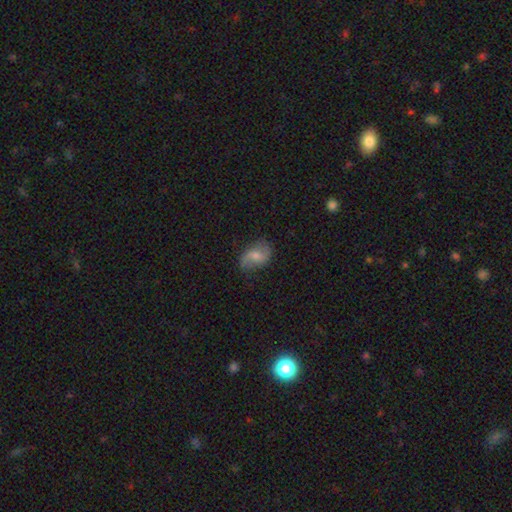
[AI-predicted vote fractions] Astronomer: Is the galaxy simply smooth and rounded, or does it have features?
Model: featured or disk — 51% (runner-up: smooth, 40%).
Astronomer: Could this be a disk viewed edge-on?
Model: no — 96%.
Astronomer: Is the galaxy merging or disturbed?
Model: none — 70%.